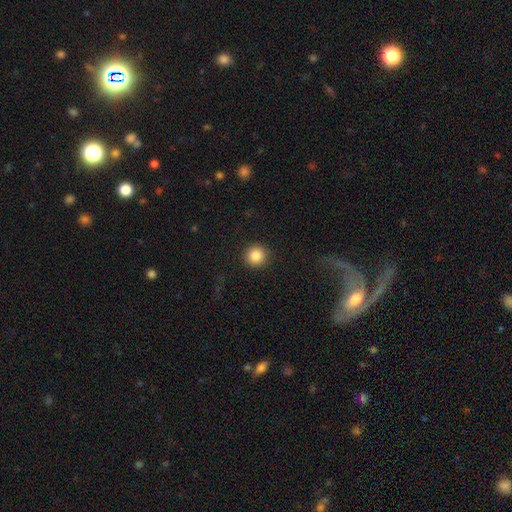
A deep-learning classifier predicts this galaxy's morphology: Smooth or featured: smooth — 86% (star or artifact — 10%)
How rounded: round — 94% (in between — 5%)
Merging: none — 92% (minor disturbance — 5%)